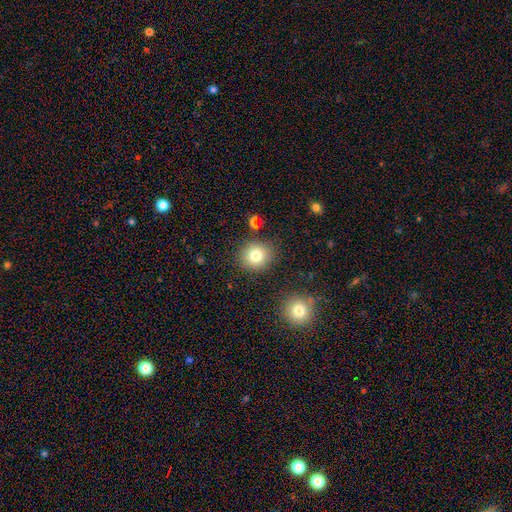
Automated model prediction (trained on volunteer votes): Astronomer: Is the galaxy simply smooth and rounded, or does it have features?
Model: smooth — 80%.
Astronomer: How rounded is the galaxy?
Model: round — 86%.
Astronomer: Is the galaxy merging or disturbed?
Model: none — 84%.